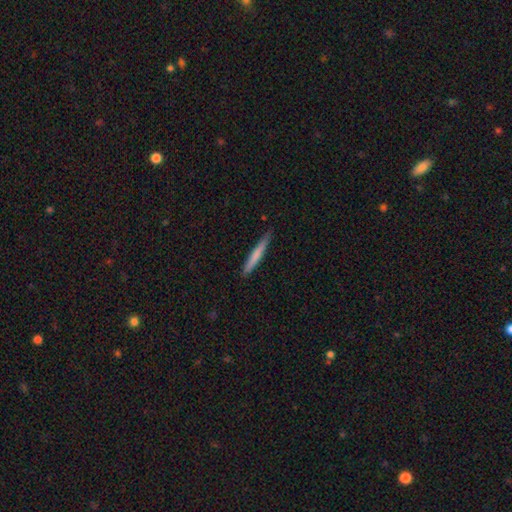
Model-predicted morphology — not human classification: Overall: smooth (68%). How rounded: cigar-shaped (96%). Merging: none (86%).